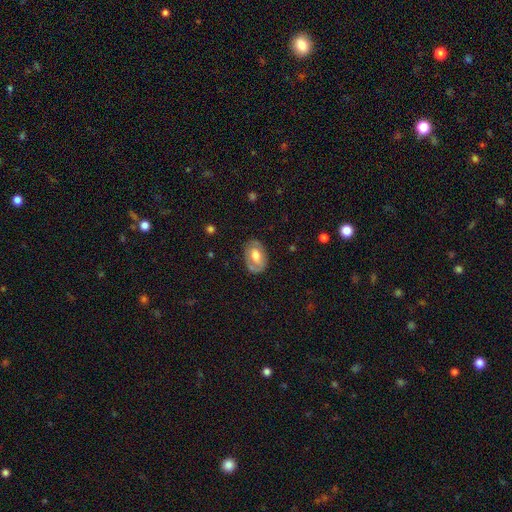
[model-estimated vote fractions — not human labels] The model was most divided on "smooth or featured": featured or disk: 49%, smooth: 45%, star or artifact: 6%. More confident: merging — none (74%).